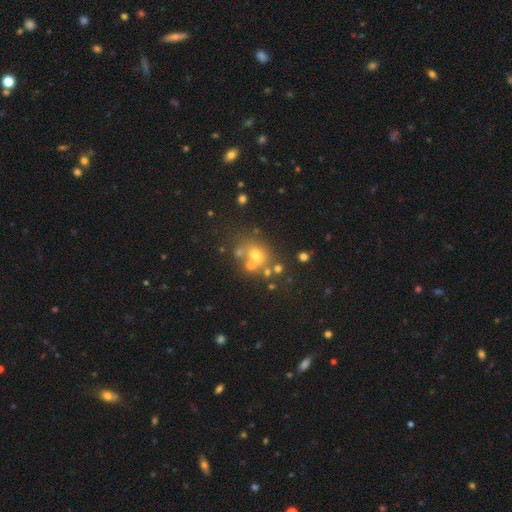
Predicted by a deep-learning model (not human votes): A smooth galaxy with no disk features (50%) that is round (64%).

Vote fractions:
- Smooth or featured? smooth: 50% / star or artifact: 26% / featured or disk: 24%
- How rounded? round: 64% / in between: 35% / cigar-shaped: 1%
- Merging? none: 49% / merger: 31% / minor disturbance: 12% / major disturbance: 8%